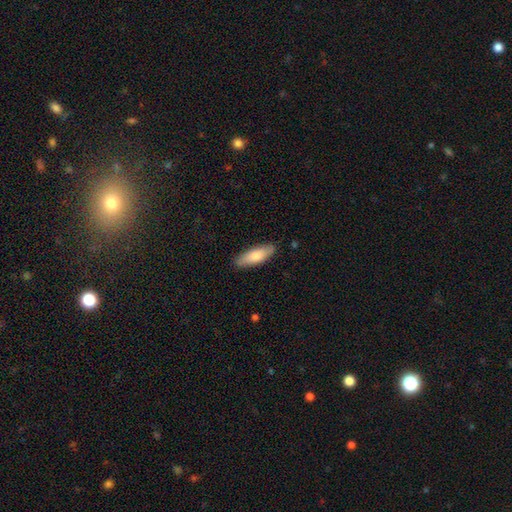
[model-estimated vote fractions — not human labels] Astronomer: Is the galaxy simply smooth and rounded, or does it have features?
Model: smooth — 80%.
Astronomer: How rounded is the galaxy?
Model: in between — 58% (runner-up: cigar-shaped, 40%).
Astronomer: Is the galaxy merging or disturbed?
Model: none — 85%.